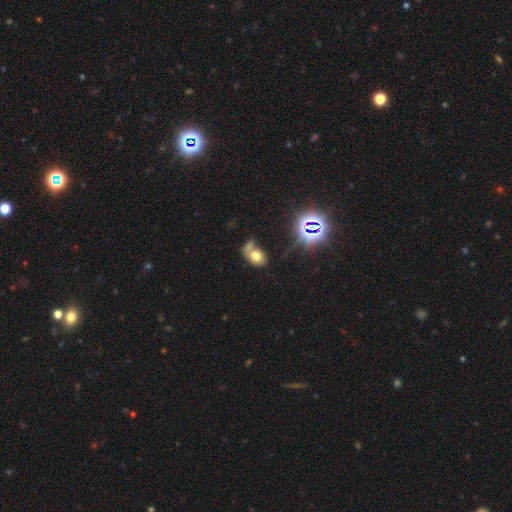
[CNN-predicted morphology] type=smooth (64%); roundness=in between (63%); merging=merger (39%).